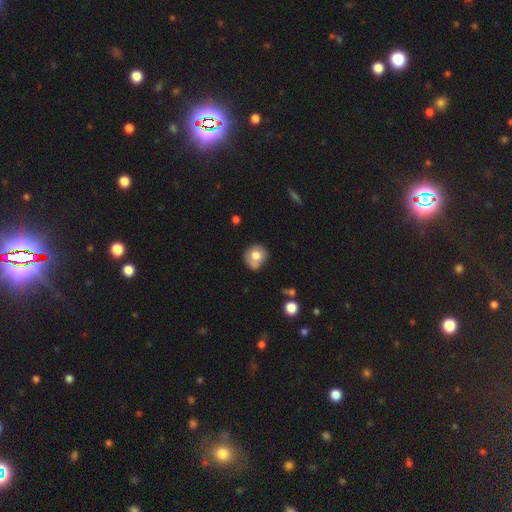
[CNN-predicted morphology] smooth_or_featured: smooth (p=0.73) [alt: featured or disk p=0.18]
how_rounded: round (p=0.79) [alt: in between p=0.20]
merging: none (p=0.54) [alt: minor disturbance p=0.26]